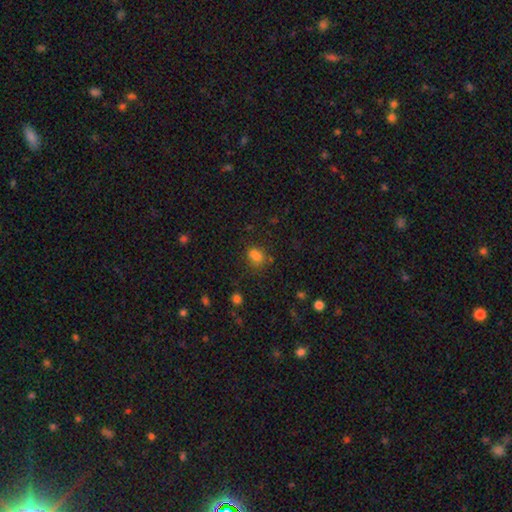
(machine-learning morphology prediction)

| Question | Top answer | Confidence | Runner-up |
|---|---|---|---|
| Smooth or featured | smooth | 74% | star or artifact (17%) |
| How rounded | round | 49% | tied: in between (49%) |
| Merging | none | 53% | merger (22%) |